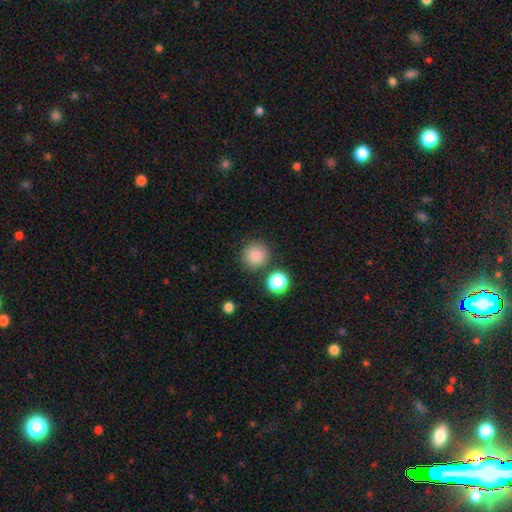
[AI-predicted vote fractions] This appears to be a smooth galaxy with no disk features (84%) that is round (94%). Merging: none (85%).